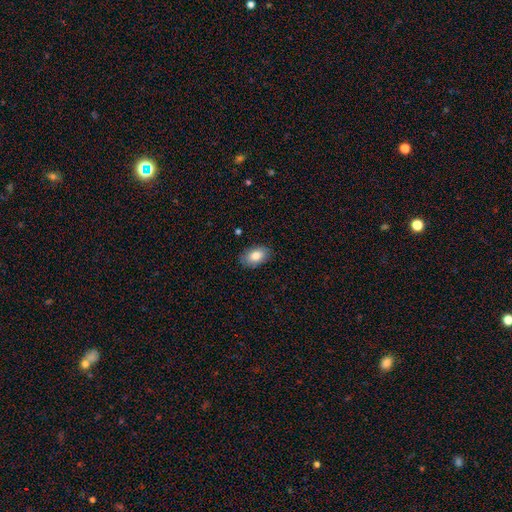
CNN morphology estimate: smooth-or-featured: smooth: 83% | featured or disk: 10% | star or artifact: 7%
  how-rounded: in between: 91% | round: 7% | cigar-shaped: 1%
  merging: none: 85% | minor disturbance: 11% | major disturbance: 2% | merger: 1%